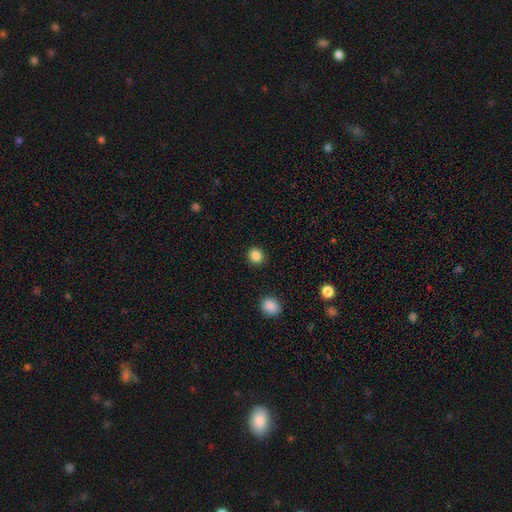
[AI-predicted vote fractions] Smooth or featured? Predicted: smooth (p=0.86). How rounded? Predicted: round (p=0.89). Merging? Predicted: none (p=0.92).